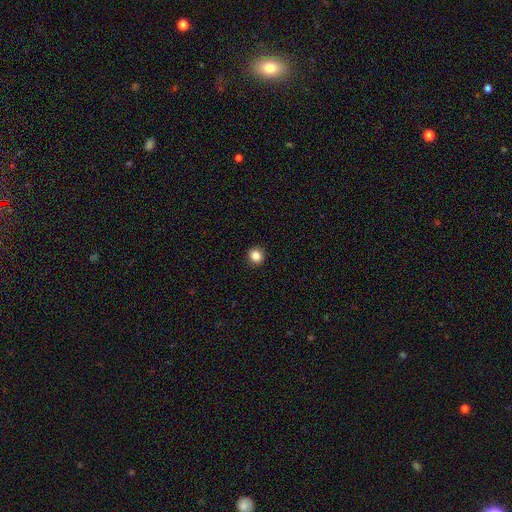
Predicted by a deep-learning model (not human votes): smooth_or_featured: smooth (p=0.86) [alt: star or artifact p=0.10]
how_rounded: round (p=0.91) [alt: in between p=0.08]
merging: none (p=0.93) [alt: minor disturbance p=0.04]